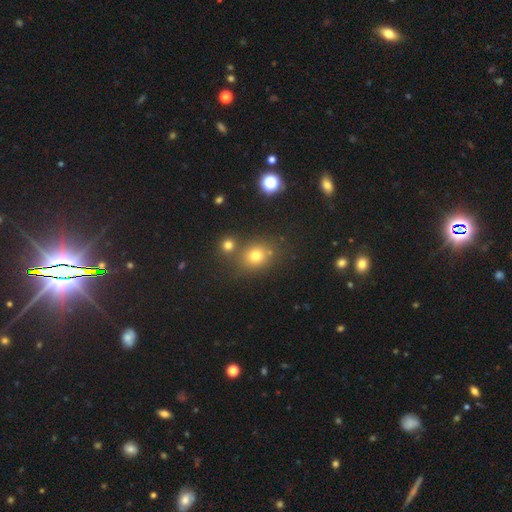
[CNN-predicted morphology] Smooth or featured? smooth (71%)
How rounded? round (73%)
Merging? none (69%)